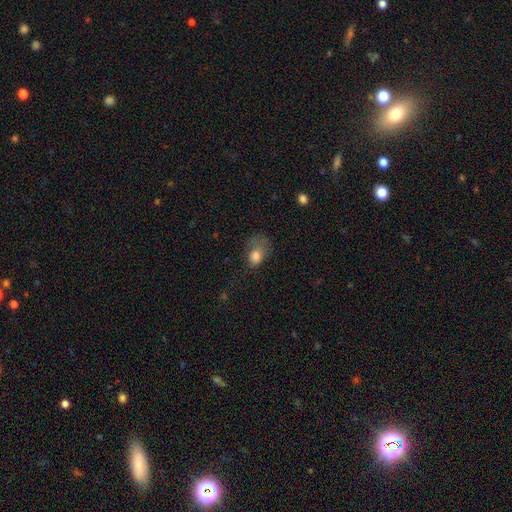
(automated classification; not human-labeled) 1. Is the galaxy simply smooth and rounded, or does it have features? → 76% smooth, 14% featured or disk, 10% star or artifact.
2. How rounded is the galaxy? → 71% in between, 27% round, 1% cigar-shaped.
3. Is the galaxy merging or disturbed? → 46% major disturbance, 28% minor disturbance, 23% none, 3% merger.